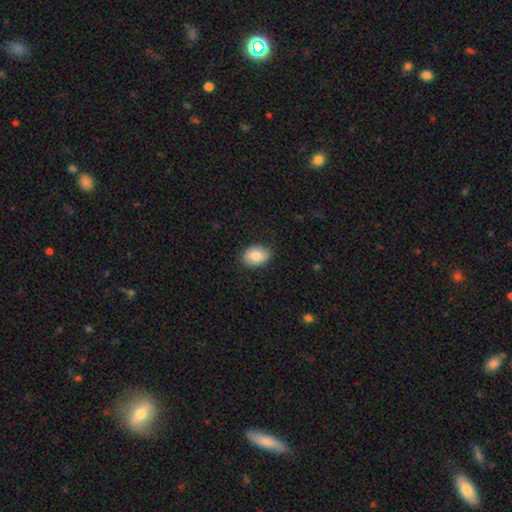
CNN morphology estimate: smooth-or-featured: smooth: 81% | featured or disk: 12% | star or artifact: 7%
  how-rounded: in between: 71% | round: 28% | cigar-shaped: 1%
  merging: none: 84% | minor disturbance: 13% | major disturbance: 2% | merger: 1%